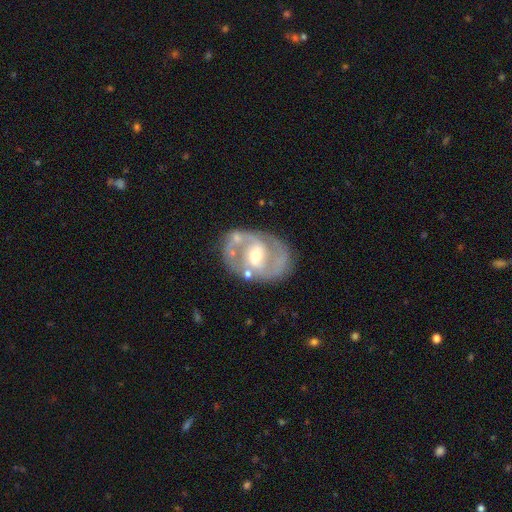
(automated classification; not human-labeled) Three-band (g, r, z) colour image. It shows a featured or disk galaxy (83%) with a weak bar (44%), 2 (86%) medium (53%) spiral arms (84%) and a moderate central bulge (61%). Merging: none (74%).